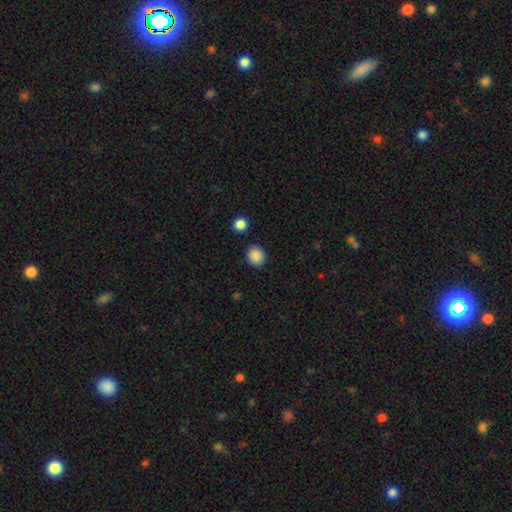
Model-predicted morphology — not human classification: Smooth or featured? smooth (88%)
How rounded? round (71%)
Merging? none (87%)